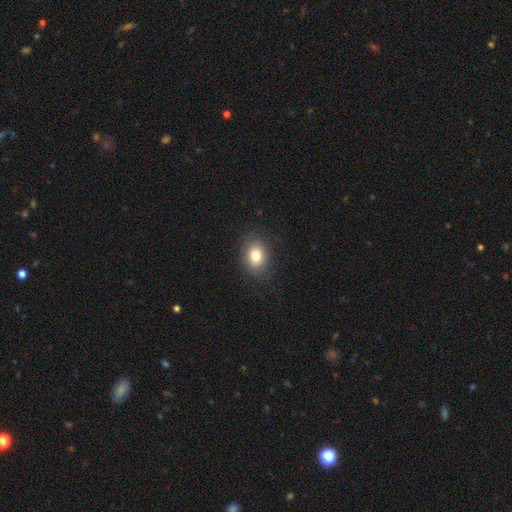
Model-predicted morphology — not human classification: The model was most divided on "how rounded": in between: 68%, round: 31%, cigar-shaped: 1%. More confident: merging — none (82%); smooth or featured — smooth (81%).